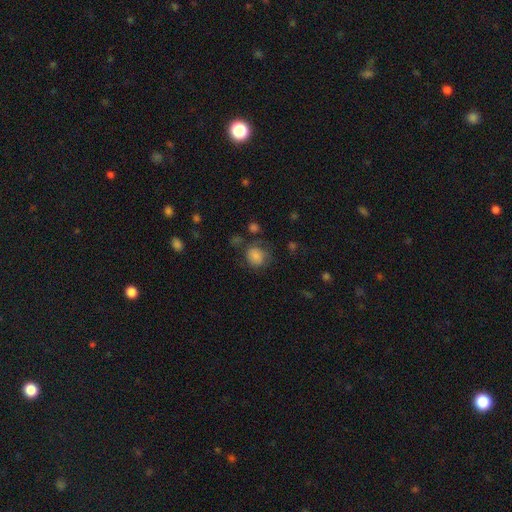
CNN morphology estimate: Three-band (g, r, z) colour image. It shows a smooth galaxy with no disk features (80%) that is round (68%). Merging: none (57%).